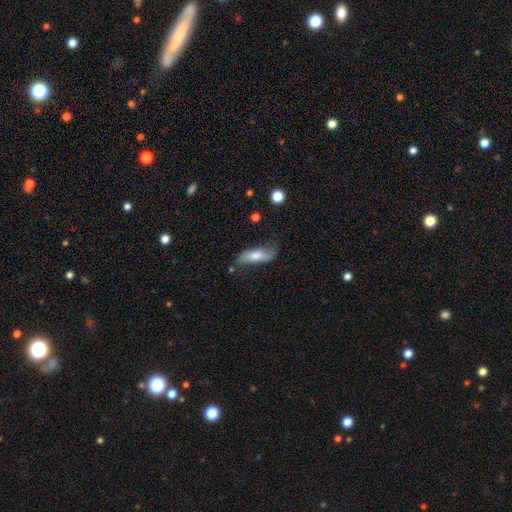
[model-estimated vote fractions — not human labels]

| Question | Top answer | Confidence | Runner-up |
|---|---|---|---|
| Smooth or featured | smooth | 55% | featured or disk (38%) |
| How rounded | in between | 60% | cigar-shaped (37%) |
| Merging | none | 50% | minor disturbance (32%) |